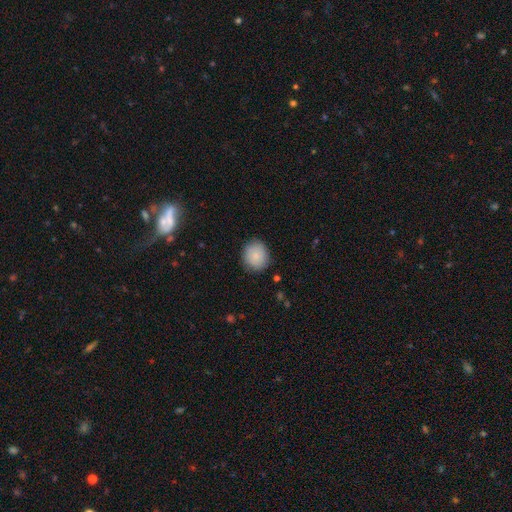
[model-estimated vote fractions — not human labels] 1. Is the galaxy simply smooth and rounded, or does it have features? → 87% smooth, 7% star or artifact, 6% featured or disk.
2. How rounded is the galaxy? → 82% round, 17% in between, 1% cigar-shaped.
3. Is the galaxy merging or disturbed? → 87% none, 10% minor disturbance, 2% major disturbance, 1% merger.